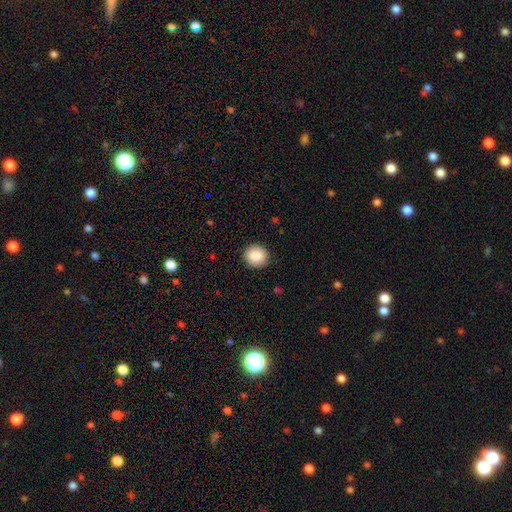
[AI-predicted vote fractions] A smooth galaxy with no disk features (86%) that is round (86%). Merging: none (91%).